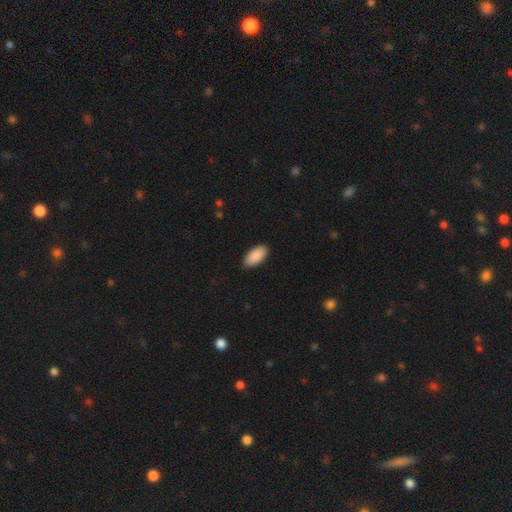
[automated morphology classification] A smooth galaxy with no disk features (90%) that is in between round and cigar-shaped (94%).

Vote fractions:
- Smooth or featured? smooth: 90% / star or artifact: 6% / featured or disk: 4%
- How rounded? in between: 94% / cigar-shaped: 4% / round: 2%
- Merging? none: 90% / minor disturbance: 8% / major disturbance: 2% / merger: 1%